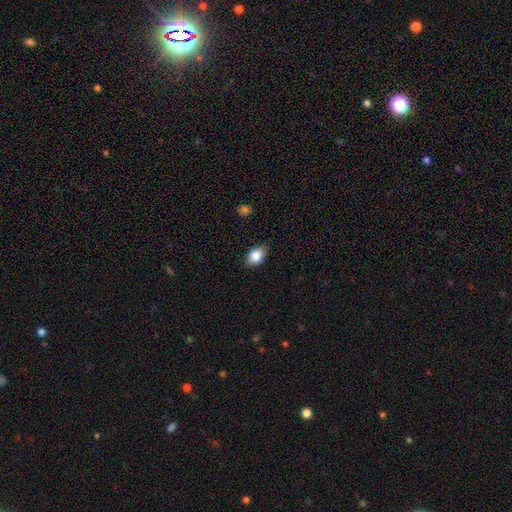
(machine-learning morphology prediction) smooth_or_featured: smooth (p=0.81) [alt: featured or disk p=0.11]
how_rounded: in between (p=0.85) [alt: round p=0.13]
merging: none (p=0.82) [alt: minor disturbance p=0.14]